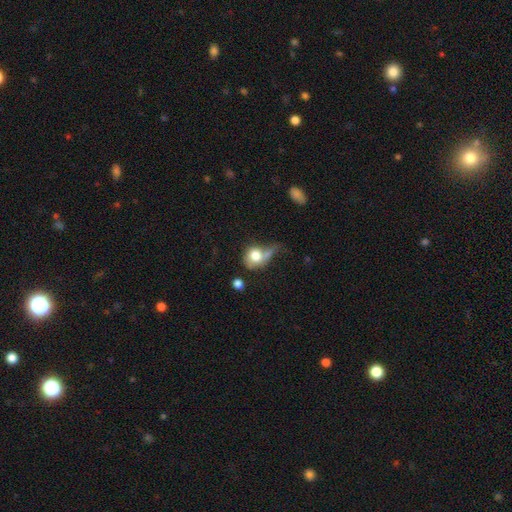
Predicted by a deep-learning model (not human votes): This is likely a smooth galaxy (71%). How rounded: likely round (61%). Merging: marginally major disturbance (32%).